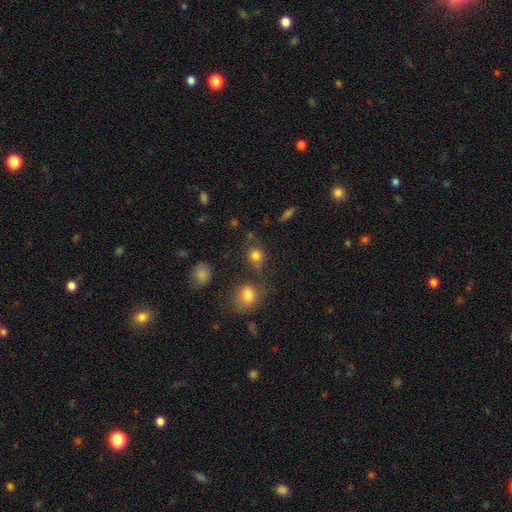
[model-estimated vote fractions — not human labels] Smooth or featured? smooth (80%)
How rounded? round (71%)
Merging? none (64%)